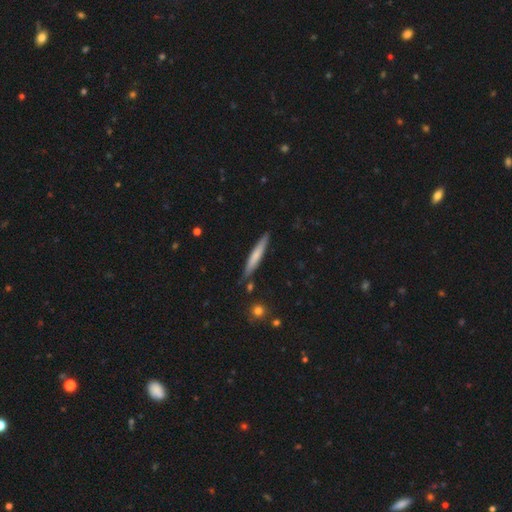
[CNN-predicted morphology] This is likely a smooth galaxy (63%). How rounded: clearly cigar-shaped (95%). Merging: clearly none (85%).